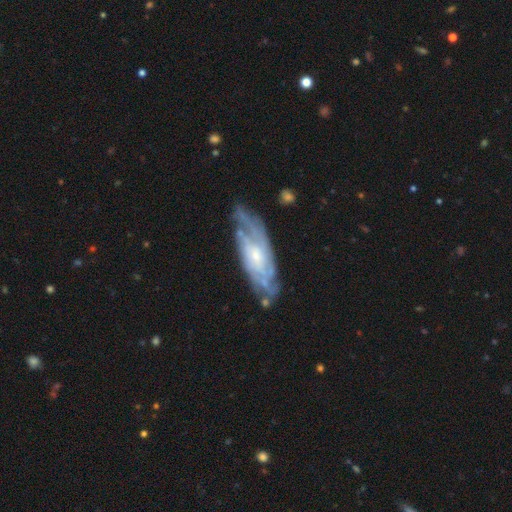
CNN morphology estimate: smooth_or_featured: featured or disk (p=0.81) [alt: smooth p=0.13]
disk_edge_on: no (p=0.85) [alt: yes p=0.15]
bar: no (p=0.66) [alt: weak p=0.28]
has_spiral_arms: yes (p=0.92) [alt: no p=0.08]
spiral_winding: tight (p=0.58) [alt: medium p=0.33]
spiral_arm_count: can't tell (p=0.48) [alt: 2 p=0.19]
bulge_size: small (p=0.65) [alt: moderate p=0.28]
merging: none (p=0.68) [alt: minor disturbance p=0.21]